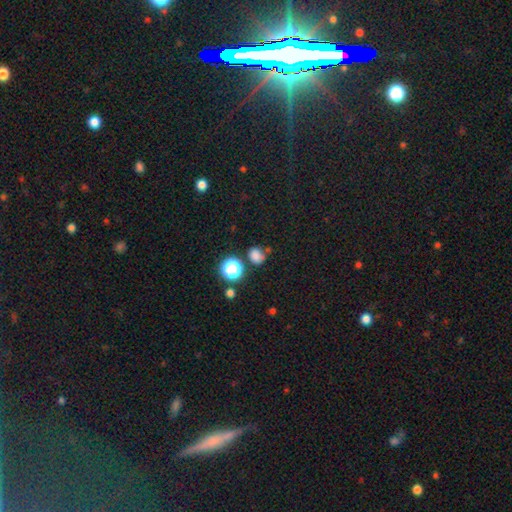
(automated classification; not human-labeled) Overall: smooth (75%). How rounded: round (62%; in between 37%). Merging: none (68%).